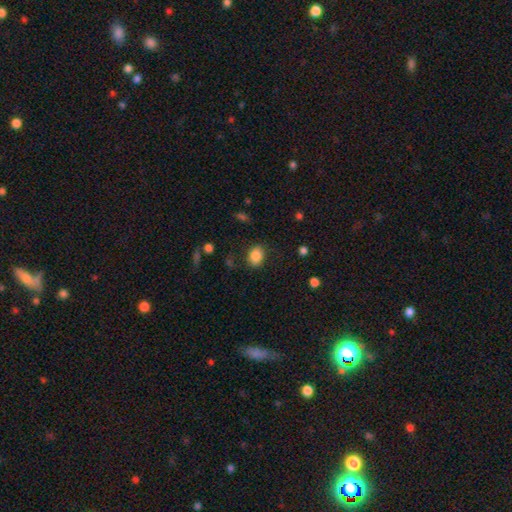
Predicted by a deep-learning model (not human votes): smooth 86%, star or artifact 9%, featured or disk 5%. Down the decision tree: how rounded — in between (68%); merging — none (82%).